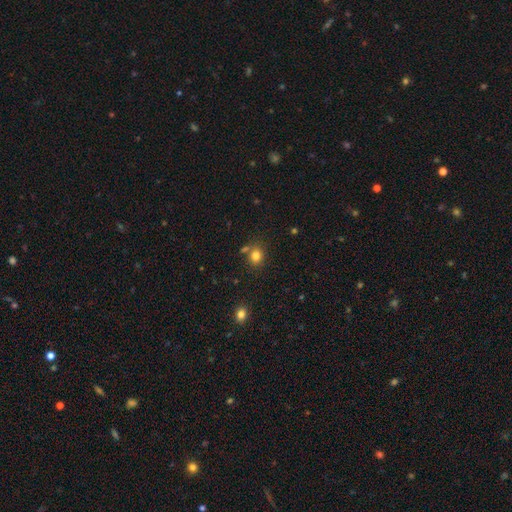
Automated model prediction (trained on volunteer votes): This is clearly a smooth galaxy (81%). How rounded: likely round (65%). Merging: likely none (72%).